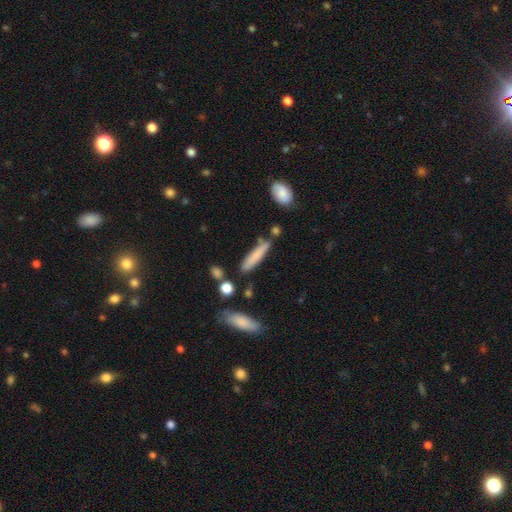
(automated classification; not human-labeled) This is likely a smooth galaxy (75%). How rounded: clearly cigar-shaped (86%). Merging: likely none (72%).